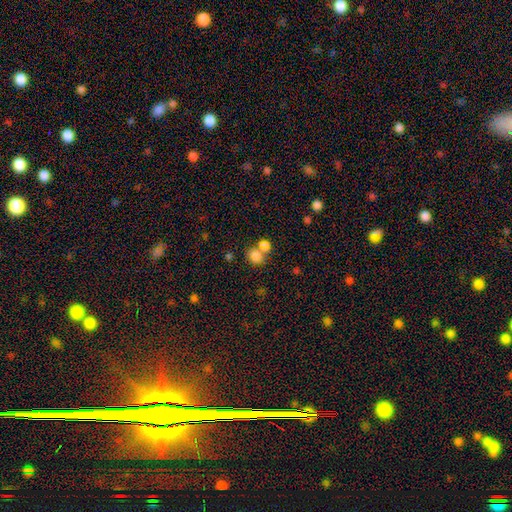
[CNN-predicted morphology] smooth-or-featured: smooth: 77% | star or artifact: 16% | featured or disk: 7%
  how-rounded: round: 72% | in between: 27% | cigar-shaped: 1%
  merging: none: 56% | merger: 31% | minor disturbance: 9% | major disturbance: 4%